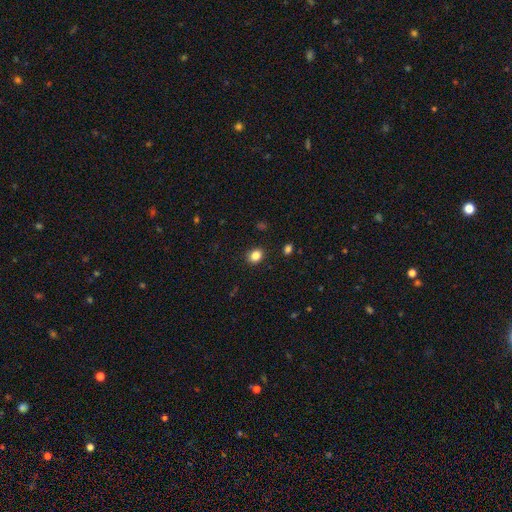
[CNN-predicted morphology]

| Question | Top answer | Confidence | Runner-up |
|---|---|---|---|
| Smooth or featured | smooth | 85% | star or artifact (11%) |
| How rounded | round | 61% | in between (38%) |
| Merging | none | 90% | minor disturbance (7%) |